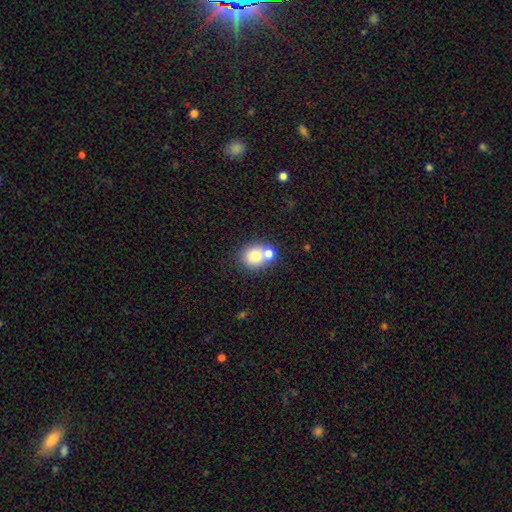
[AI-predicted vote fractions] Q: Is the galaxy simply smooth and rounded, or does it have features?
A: smooth — 73%.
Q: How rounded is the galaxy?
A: round — 72%.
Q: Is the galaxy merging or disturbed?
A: none — 44%, tied with merger.